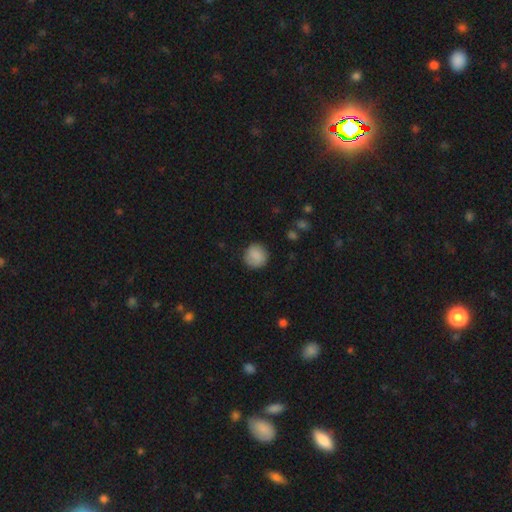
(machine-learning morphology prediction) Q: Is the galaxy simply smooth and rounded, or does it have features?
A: smooth — 86%.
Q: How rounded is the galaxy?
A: round — 91%.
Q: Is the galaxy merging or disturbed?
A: none — 86%.